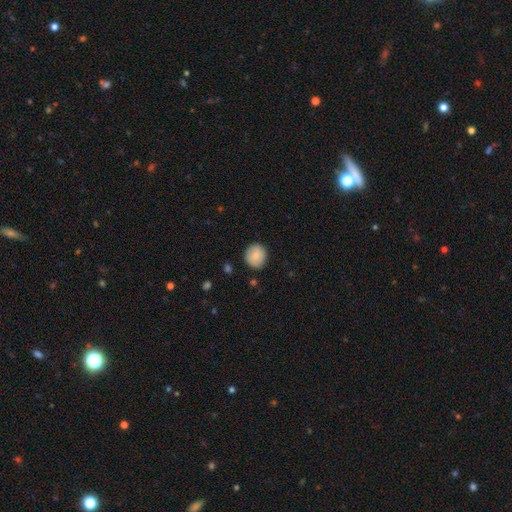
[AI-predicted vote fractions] Smooth or featured? Predicted: smooth (p=0.84). How rounded? Predicted: round (p=0.84). Merging? Predicted: none (p=0.84).